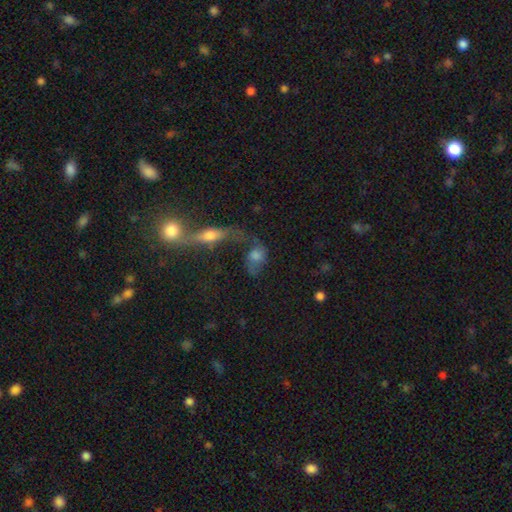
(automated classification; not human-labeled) smooth 43%, featured or disk 42%, star or artifact 15%. Down the decision tree: merging — merger (35%).